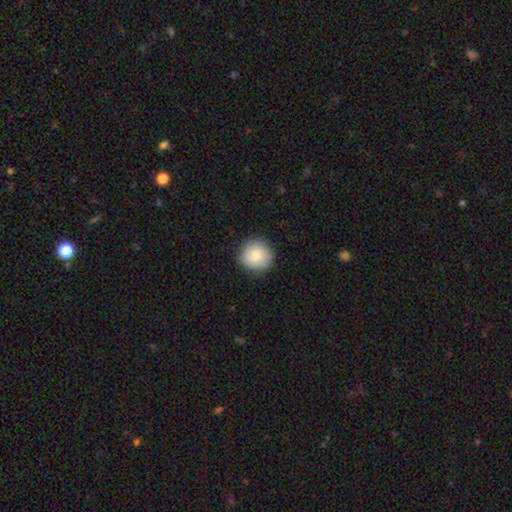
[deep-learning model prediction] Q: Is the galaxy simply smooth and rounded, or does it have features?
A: smooth — 84%.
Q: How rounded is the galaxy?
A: round — 93%.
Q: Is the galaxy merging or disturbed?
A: none — 89%.